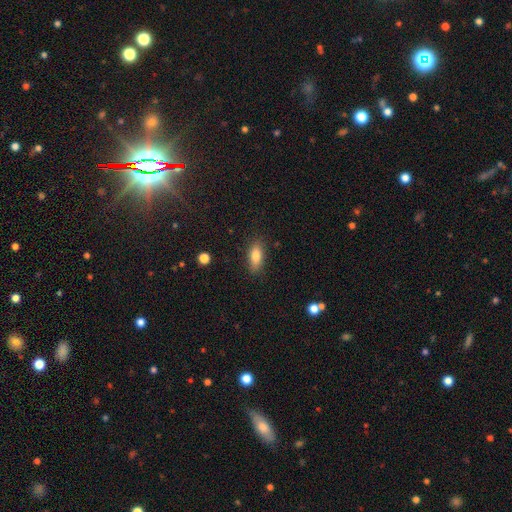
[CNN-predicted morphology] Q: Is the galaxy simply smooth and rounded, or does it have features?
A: smooth — 79%.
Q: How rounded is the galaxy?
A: in between — 79%.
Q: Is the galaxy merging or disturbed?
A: none — 84%.